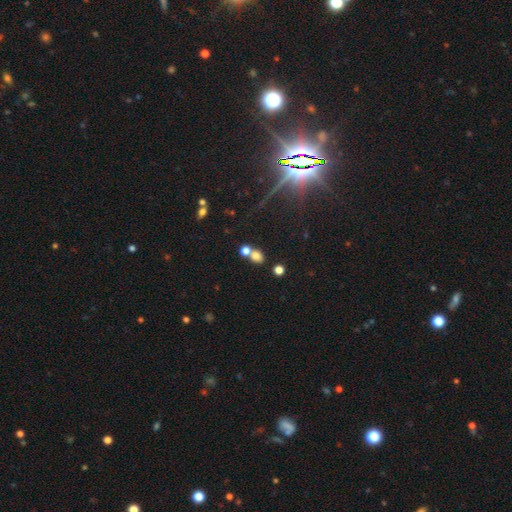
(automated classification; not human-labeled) This is likely a smooth galaxy (74%). How rounded: possibly round (60%). Merging: possibly none (48%).